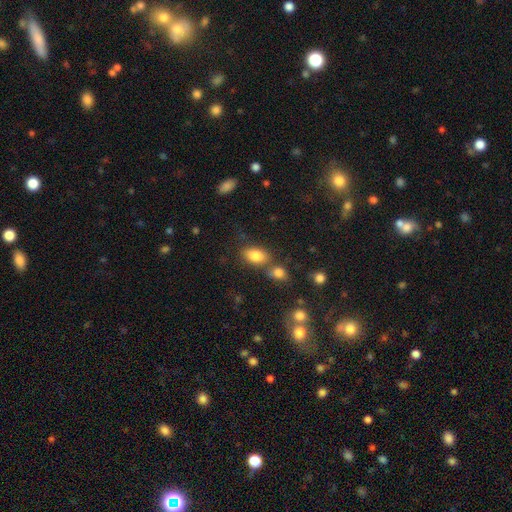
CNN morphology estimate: Smooth or featured? Predicted: smooth (p=0.83). How rounded? Predicted: in between (p=0.87). Merging? Predicted: none (p=0.60).